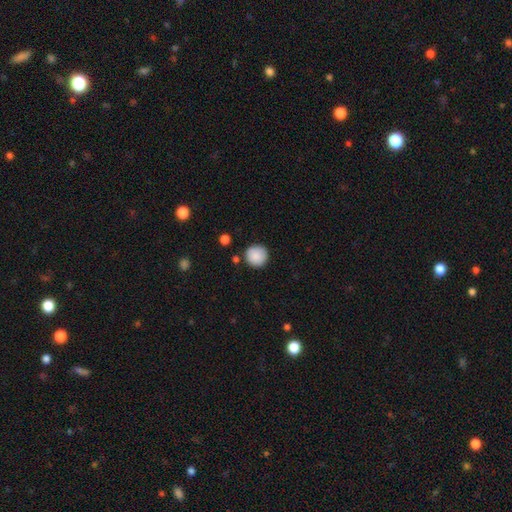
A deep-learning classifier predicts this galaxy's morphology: Smooth or featured: smooth — 88% (star or artifact — 8%)
How rounded: round — 95% (in between — 4%)
Merging: none — 87% (minor disturbance — 8%)